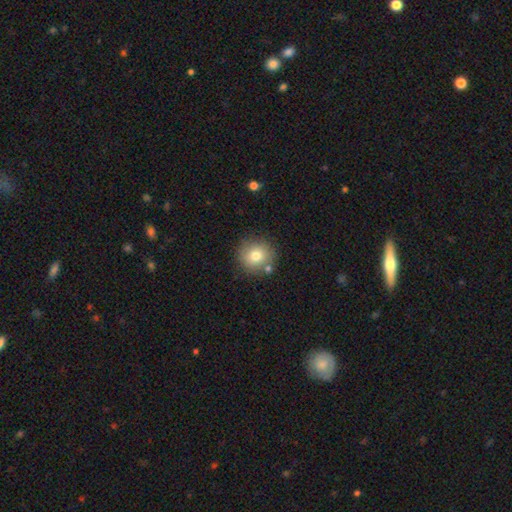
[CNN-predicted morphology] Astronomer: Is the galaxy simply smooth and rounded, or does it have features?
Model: smooth — 77%.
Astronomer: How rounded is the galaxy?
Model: round — 91%.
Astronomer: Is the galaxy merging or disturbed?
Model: none — 79%.